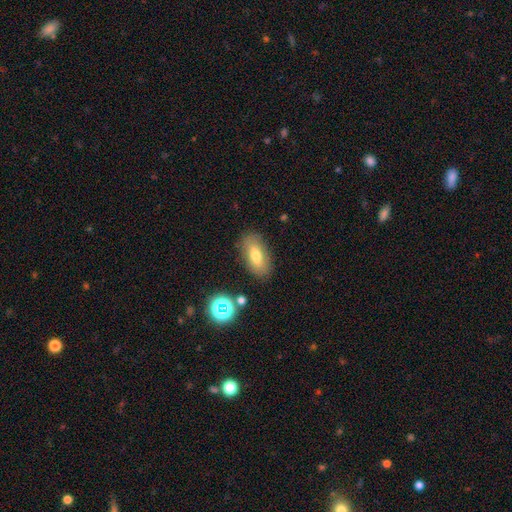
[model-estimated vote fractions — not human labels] Smooth or featured? smooth (71%)
How rounded? in between (86%)
Merging? none (82%)